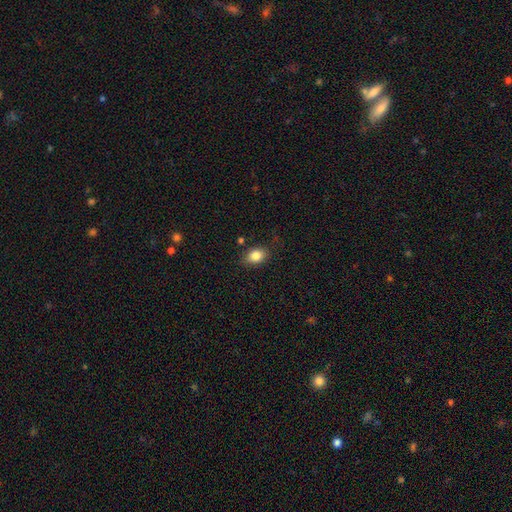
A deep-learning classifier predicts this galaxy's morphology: Overall: smooth (84%). How rounded: in between (72%). Merging: none (81%).